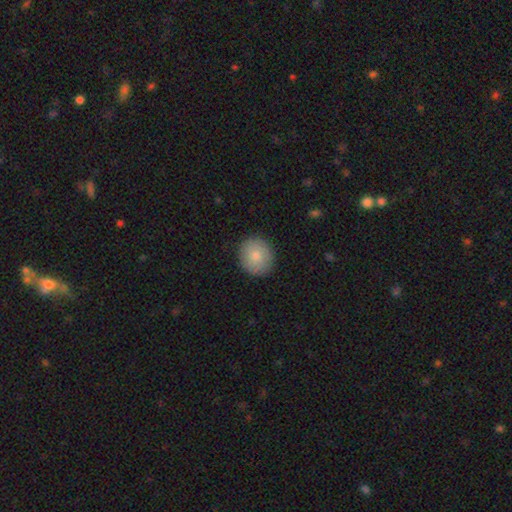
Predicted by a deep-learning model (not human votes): Smooth or featured?
  - smooth: 83% *
  - featured or disk: 10%
  - star or artifact: 7%
How rounded?
  - round: 88% *
  - in between: 11%
  - cigar-shaped: 1%
Merging?
  - none: 89% *
  - minor disturbance: 8%
  - major disturbance: 2%
  - merger: 1%